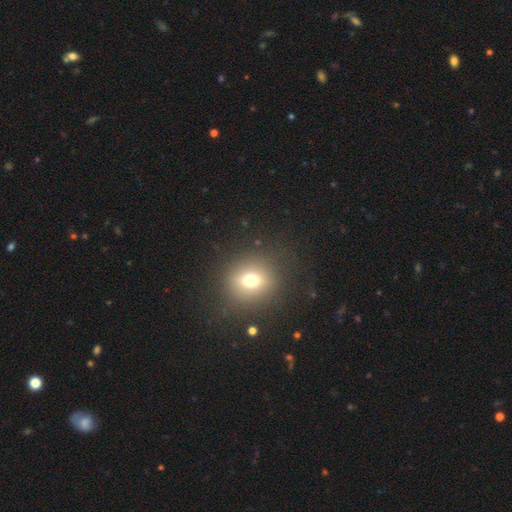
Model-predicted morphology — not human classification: The model was most divided on "smooth or featured": smooth: 64%, star or artifact: 26%, featured or disk: 10%. More confident: merging — none (89%); how rounded — round (76%).